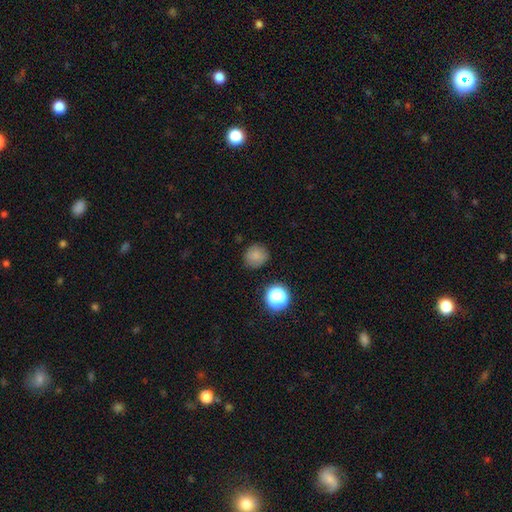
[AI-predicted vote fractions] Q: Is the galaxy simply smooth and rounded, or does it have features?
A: smooth — 80%.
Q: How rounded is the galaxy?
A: round — 87%.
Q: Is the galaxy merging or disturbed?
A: none — 84%.